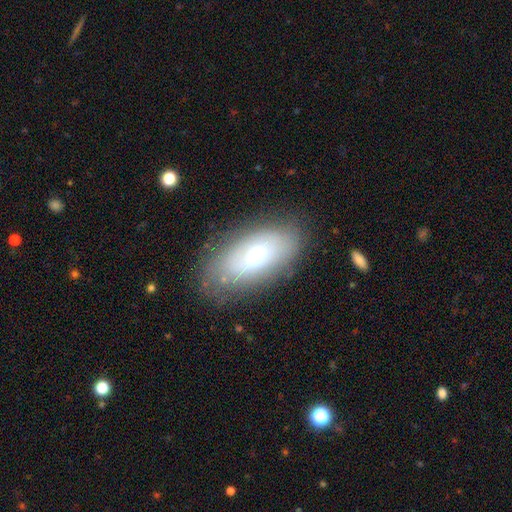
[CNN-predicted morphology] A smooth galaxy with no disk features (52%) that is in between round and cigar-shaped (90%). Merging: none (75%).